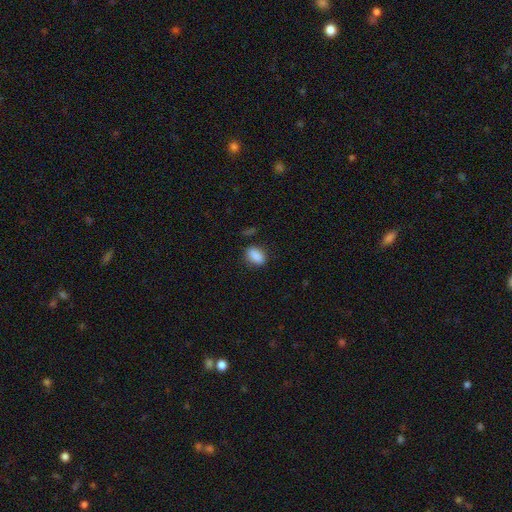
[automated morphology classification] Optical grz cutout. It shows a smooth galaxy with no disk features (88%) that is in between round and cigar-shaped (86%). Merging: none (81%).